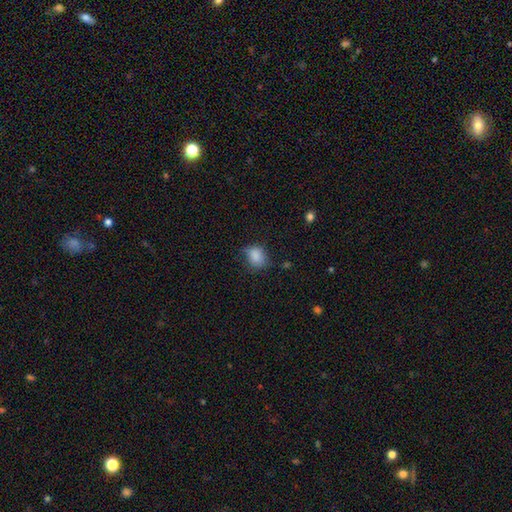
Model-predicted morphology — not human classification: Smooth or featured: smooth — 85% (star or artifact — 9%)
How rounded: in between — 53% (round — 46%)
Merging: none — 58% (minor disturbance — 31%)